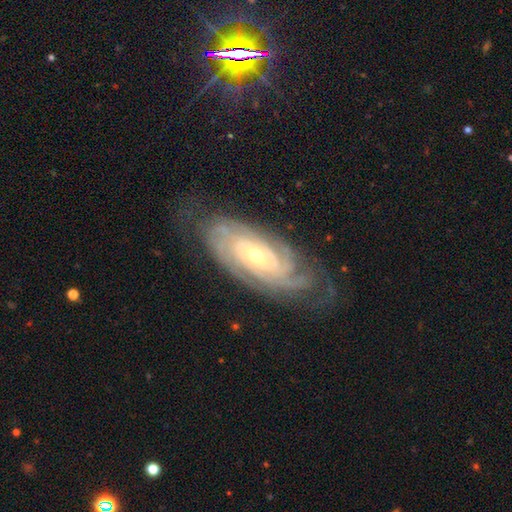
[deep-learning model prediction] Smooth or featured?
  - featured or disk: 89% *
  - star or artifact: 6%
  - smooth: 6%
Edge-on disk?
  - no: 94% *
  - yes: 6%
Bar?
  - no: 61% *
  - weak: 28%
  - strong: 12%
Spiral arms?
  - yes: 98% *
  - no: 2%
Spiral winding?
  - tight: 80% *
  - medium: 17%
  - loose: 3%
Spiral arm count?
  - can't tell: 28% *
  - 4: 26%
  - 3: 15%
  - more than 4: 14%
  - 2: 11%
  - 1: 6%
Bulge size?
  - small: 63% *
  - moderate: 34%
  - large: 1%
  - none: 1%
  - dominant: 1%
Merging?
  - none: 74% *
  - minor disturbance: 18%
  - major disturbance: 7%
  - merger: 1%